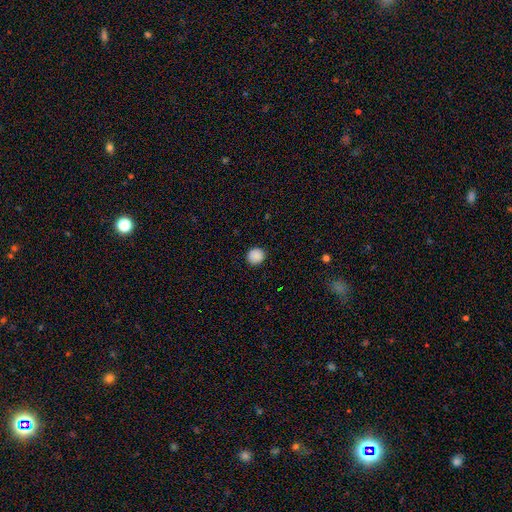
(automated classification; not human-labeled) This appears to be a smooth galaxy with no disk features (89%) that is round (91%). Merging: none (91%).